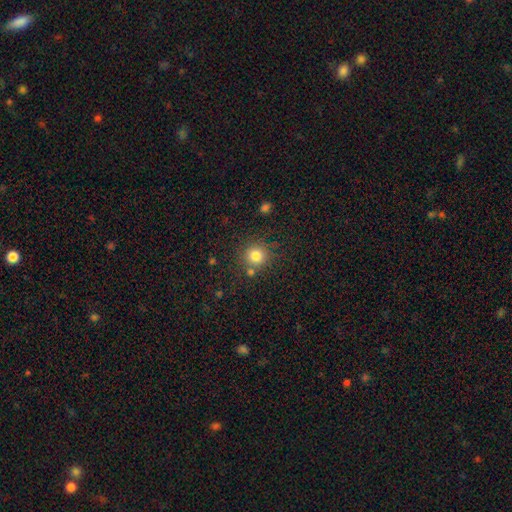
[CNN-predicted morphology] This appears to be a smooth galaxy with no disk features (80%) that is round (92%). Merging: none (77%).